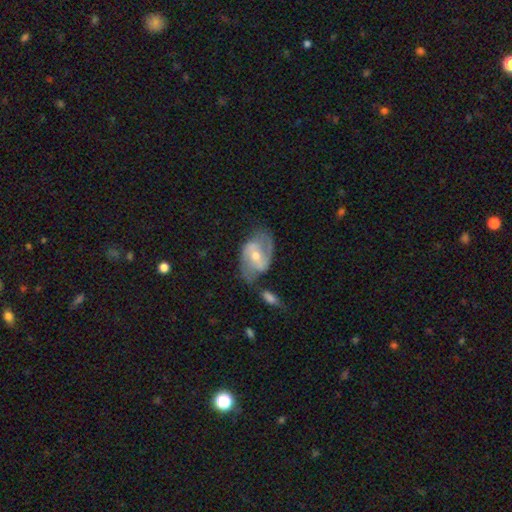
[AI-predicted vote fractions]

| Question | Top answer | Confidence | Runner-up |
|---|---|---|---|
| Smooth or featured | featured or disk | 81% | smooth (13%) |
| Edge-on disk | no | 96% | yes (4%) |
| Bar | weak | 43% | strong (29%) |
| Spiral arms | yes | 90% | no (10%) |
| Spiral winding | medium | 50% | loose (27%) |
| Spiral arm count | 2 | 87% | can't tell (7%) |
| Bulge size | moderate | 57% | small (39%) |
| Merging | none | 63% | minor disturbance (20%) |